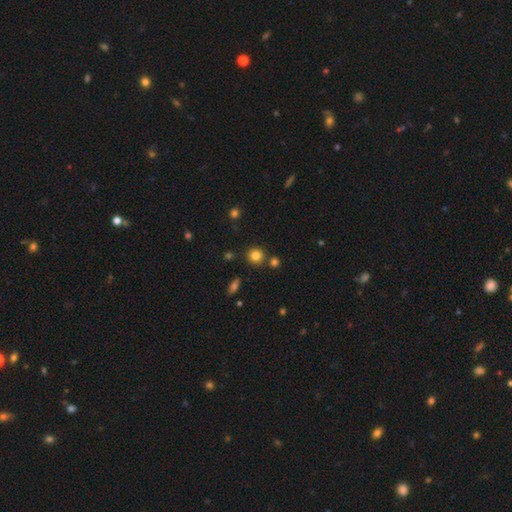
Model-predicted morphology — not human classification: Smooth or featured?
  - smooth: 81% *
  - star or artifact: 13%
  - featured or disk: 6%
How rounded?
  - round: 91% *
  - in between: 8%
  - cigar-shaped: 1%
Merging?
  - none: 81% *
  - merger: 8%
  - minor disturbance: 8%
  - major disturbance: 3%